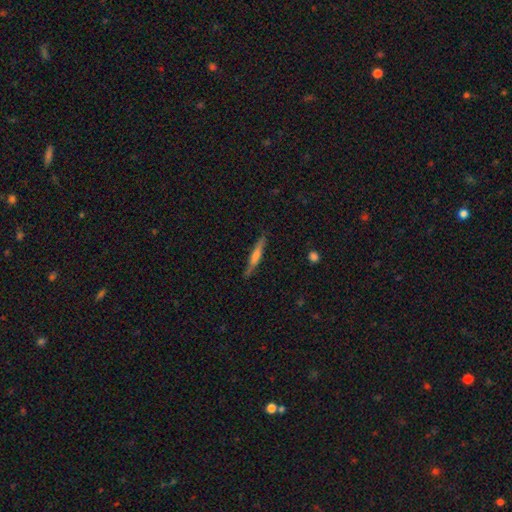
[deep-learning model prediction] Smooth or featured: featured or disk — 54% (smooth — 39%)
Edge-on disk: yes — 96% (no — 4%)
Edge-on bulge: rounded — 57% (none — 27%)
Merging: none — 86% (minor disturbance — 10%)